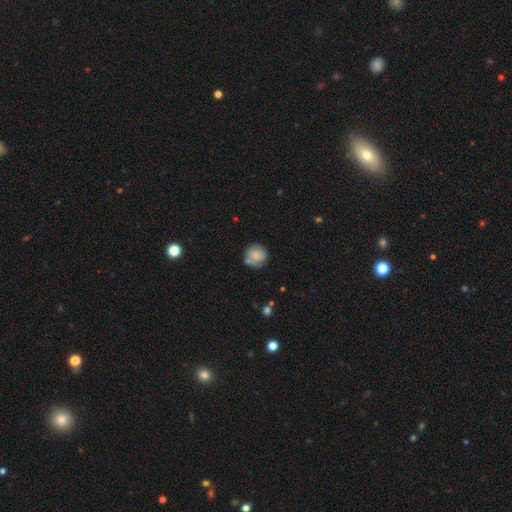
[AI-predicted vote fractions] A smooth galaxy with no disk features (69%) that is round (88%).

Vote fractions:
- Smooth or featured? smooth: 69% / featured or disk: 24% / star or artifact: 8%
- How rounded? round: 88% / in between: 11% / cigar-shaped: 1%
- Merging? none: 67% / minor disturbance: 22% / major disturbance: 7% / merger: 5%